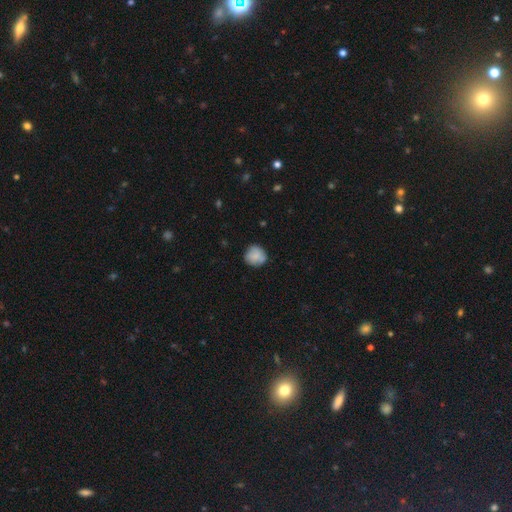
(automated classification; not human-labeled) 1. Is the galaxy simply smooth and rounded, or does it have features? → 80% smooth, 13% featured or disk, 7% star or artifact.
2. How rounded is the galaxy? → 88% round, 11% in between, 1% cigar-shaped.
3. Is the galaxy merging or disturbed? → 76% none, 18% minor disturbance, 4% major disturbance, 2% merger.